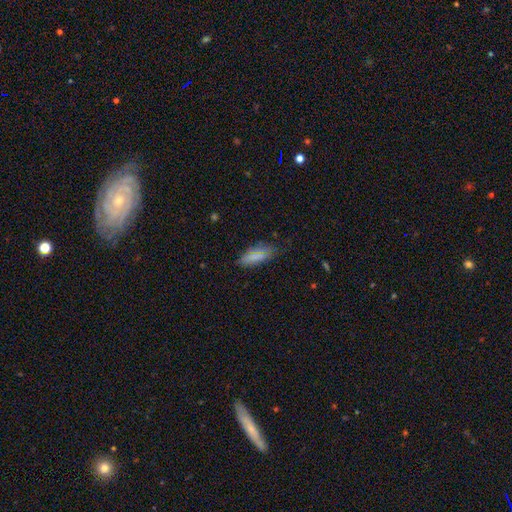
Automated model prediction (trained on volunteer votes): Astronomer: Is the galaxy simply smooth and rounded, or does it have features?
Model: smooth — 79%.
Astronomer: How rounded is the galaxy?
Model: in between — 70%.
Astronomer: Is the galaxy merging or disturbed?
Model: none — 73%.